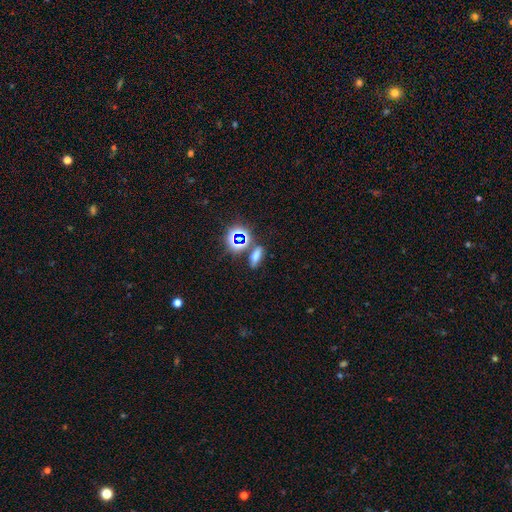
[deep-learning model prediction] Morphology: type=smooth (54%); roundness=in between (58%); merging=none (74%).